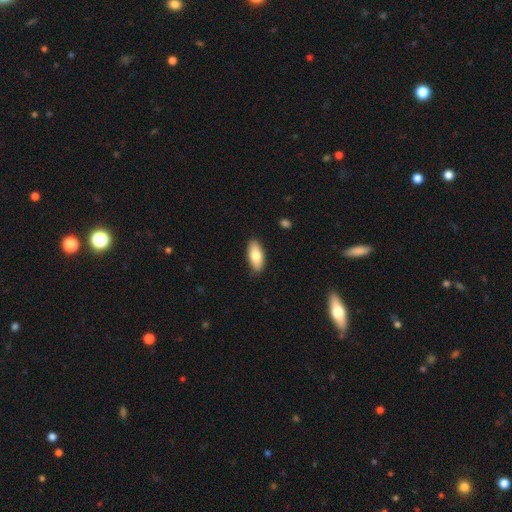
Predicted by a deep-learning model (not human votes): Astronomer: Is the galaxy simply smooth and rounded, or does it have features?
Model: smooth — 79%.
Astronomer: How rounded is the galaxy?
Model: in between — 85%.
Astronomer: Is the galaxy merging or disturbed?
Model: none — 88%.